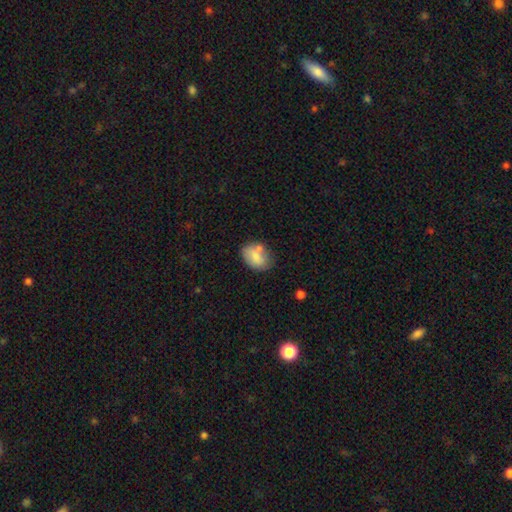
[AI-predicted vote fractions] Smooth or featured? smooth (77%)
How rounded? in between (76%)
Merging? none (58%)